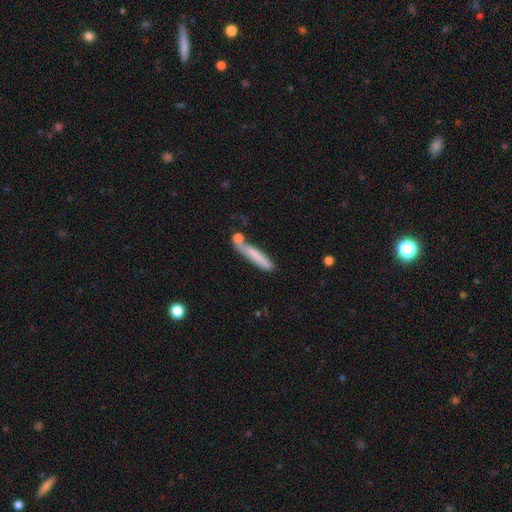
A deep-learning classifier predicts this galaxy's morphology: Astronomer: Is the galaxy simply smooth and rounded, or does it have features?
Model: smooth — 71%.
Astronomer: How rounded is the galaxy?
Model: cigar-shaped — 91%.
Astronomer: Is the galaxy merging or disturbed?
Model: none — 59%.